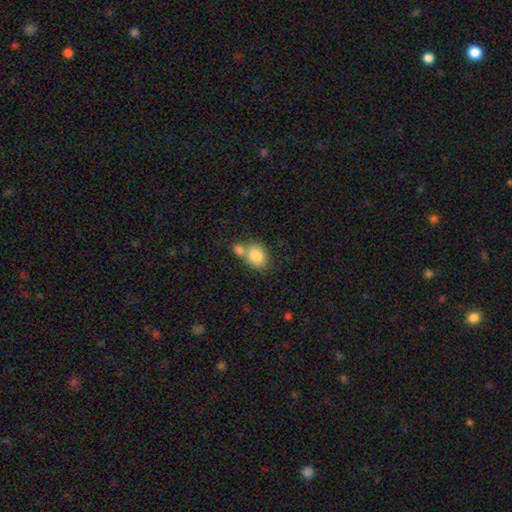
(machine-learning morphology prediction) Smooth or featured?
  - smooth: 84% *
  - featured or disk: 8%
  - star or artifact: 8%
How rounded?
  - in between: 55% *
  - round: 44%
  - cigar-shaped: 1%
Merging?
  - merger: 46% *
  - none: 39%
  - minor disturbance: 11%
  - major disturbance: 4%